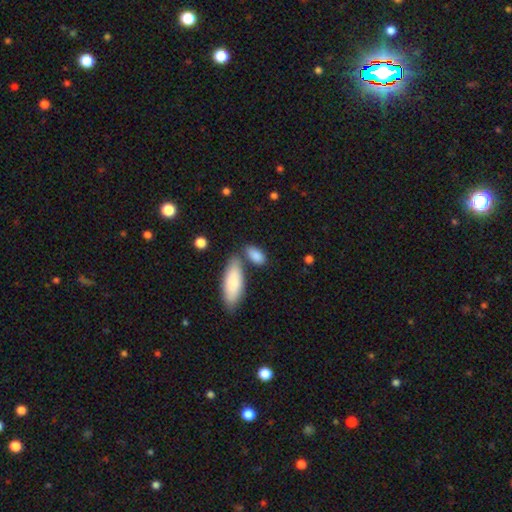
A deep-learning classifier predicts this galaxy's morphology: Overall: smooth (85%). How rounded: in between (81%). Merging: none (59%; merger 20%).